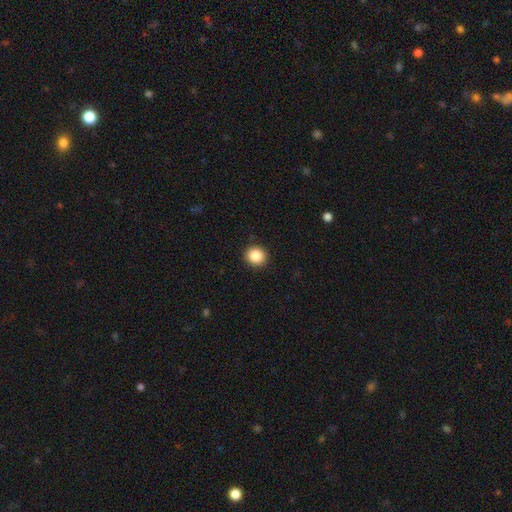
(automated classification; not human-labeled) This is clearly a smooth galaxy (87%). How rounded: clearly round (88%). Merging: clearly none (92%).